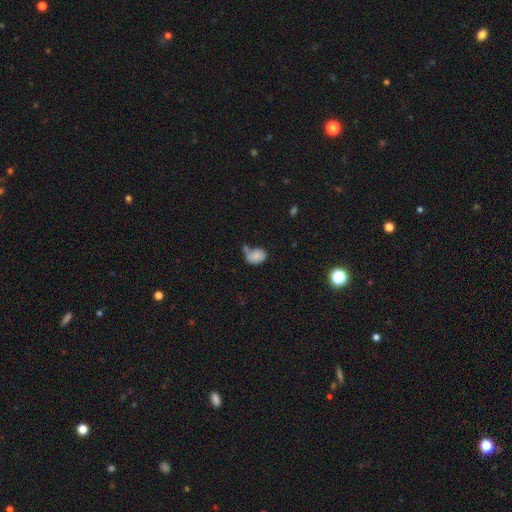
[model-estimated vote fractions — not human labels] A smooth galaxy with no disk features (78%) that is in between round and cigar-shaped (70%). Merging: none (39%).